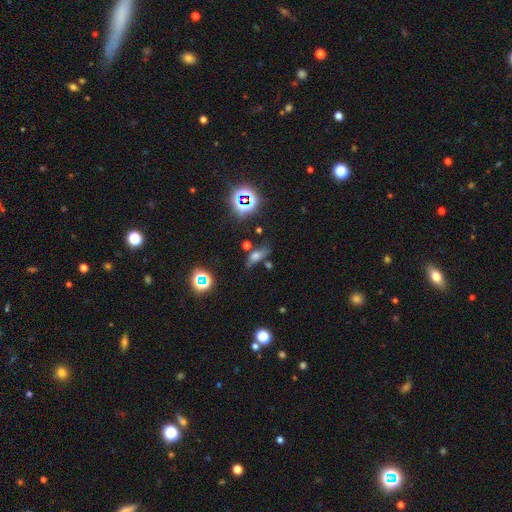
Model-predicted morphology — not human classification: Overall: smooth (47%; featured or disk 29%). Merging: none (61%; minor disturbance 22%).